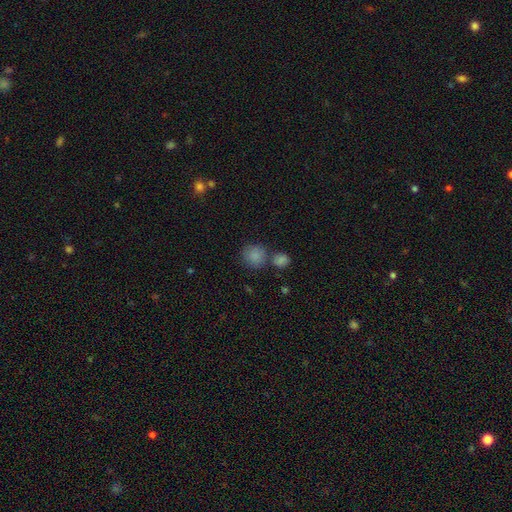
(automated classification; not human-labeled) Smooth or featured? Predicted: smooth (p=0.84). How rounded? Predicted: round (p=0.86). Merging? Predicted: none (p=0.59).